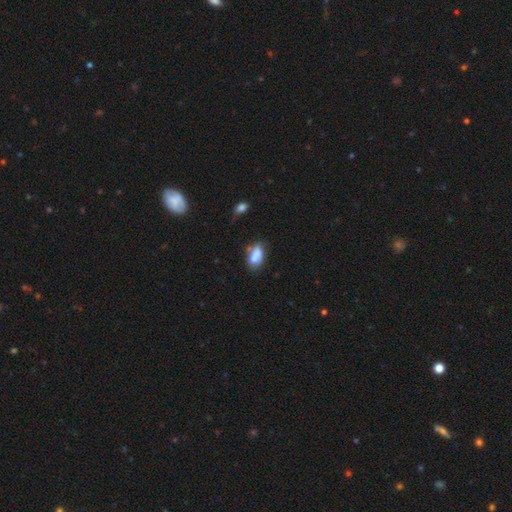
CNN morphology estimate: type=smooth (71%); roundness=in between (86%); merging=none (41%).